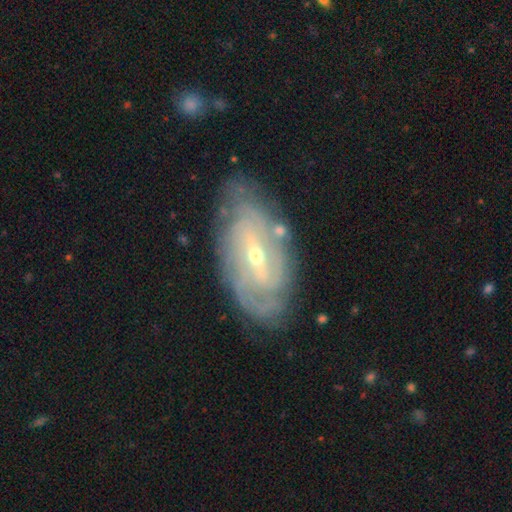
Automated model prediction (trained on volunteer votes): Q: Smooth or featured?
A: featured or disk (85%); runner-up: smooth (9%)
Q: Edge-on disk?
A: no (93%); runner-up: yes (7%)
Q: Bar?
A: weak (43%); runner-up: strong (32%)
Q: Spiral arms?
A: yes (93%); runner-up: no (7%)
Q: Spiral winding?
A: tight (68%); runner-up: medium (25%)
Q: Spiral arm count?
A: can't tell (35%); runner-up: 2 (27%)
Q: Bulge size?
A: small (66%); runner-up: moderate (31%)
Q: Merging?
A: none (74%); runner-up: minor disturbance (18%)